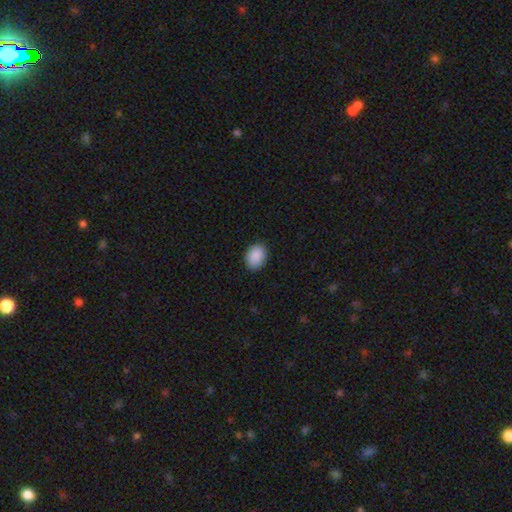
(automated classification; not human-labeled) Overall: smooth (90%). How rounded: in between (73%). Merging: none (87%).